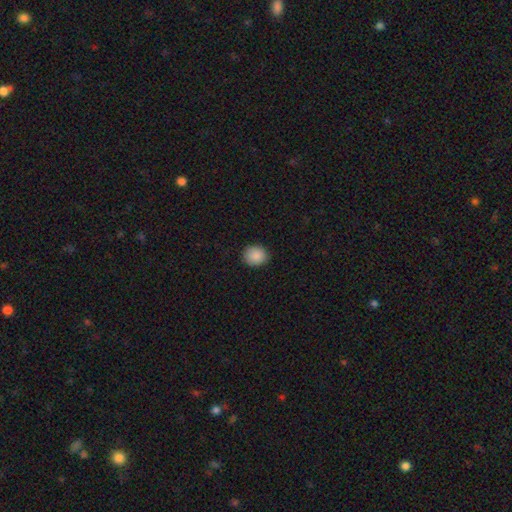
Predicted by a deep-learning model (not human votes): This appears to be a smooth galaxy with no disk features (88%) that is round (78%). Merging: none (89%).